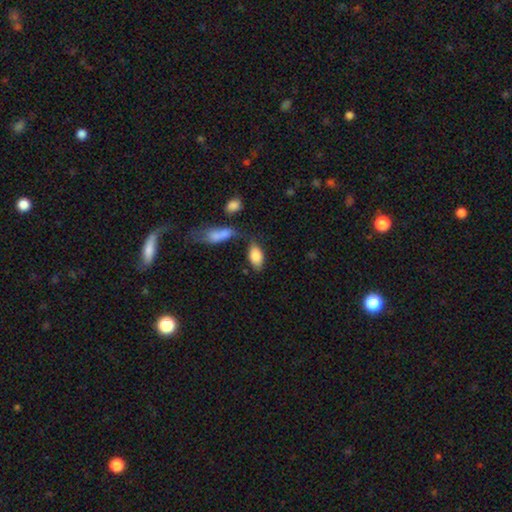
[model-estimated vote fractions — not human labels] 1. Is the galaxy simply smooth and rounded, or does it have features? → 85% smooth, 8% featured or disk, 7% star or artifact.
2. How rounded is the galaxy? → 93% in between, 4% cigar-shaped, 3% round.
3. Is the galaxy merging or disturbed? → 59% none, 18% minor disturbance, 16% merger, 7% major disturbance.